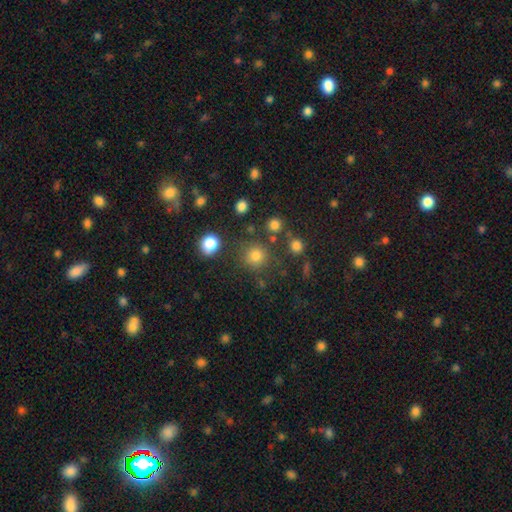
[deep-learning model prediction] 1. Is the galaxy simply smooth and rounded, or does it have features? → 79% smooth, 15% star or artifact, 5% featured or disk.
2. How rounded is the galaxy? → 93% round, 6% in between, 1% cigar-shaped.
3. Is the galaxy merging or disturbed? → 83% none, 8% minor disturbance, 5% merger, 3% major disturbance.